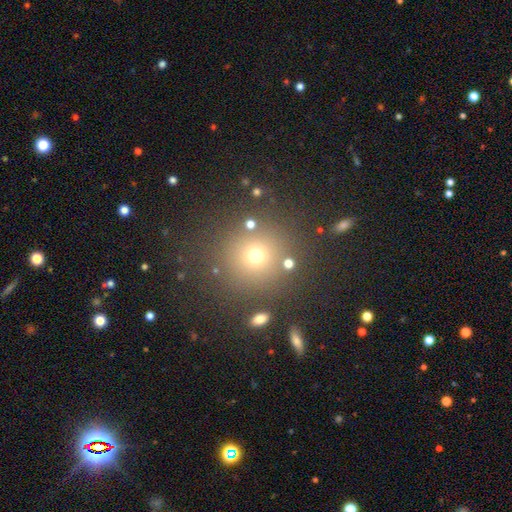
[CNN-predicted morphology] Smooth or featured? smooth (68%)
How rounded? round (93%)
Merging? none (84%)